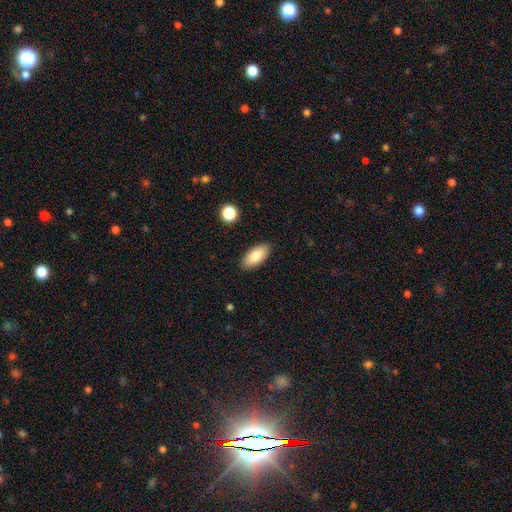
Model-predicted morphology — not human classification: type=smooth (83%); roundness=in between (90%); merging=none (89%).